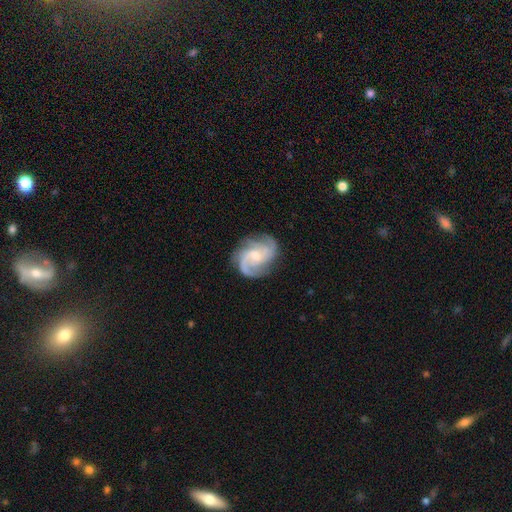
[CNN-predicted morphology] A featured or disk galaxy (89%) with no bar (56%), 3 (44%) medium (52%) spiral arms (98%) and a small central bulge (55%). Merging: none (75%).